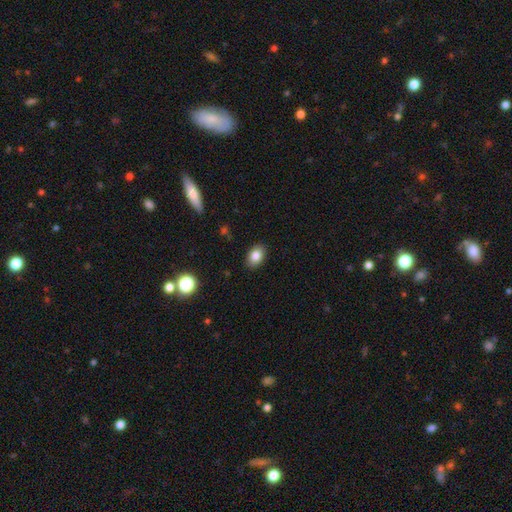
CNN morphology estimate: Smooth or featured? smooth (84%)
How rounded? in between (81%)
Merging? none (88%)